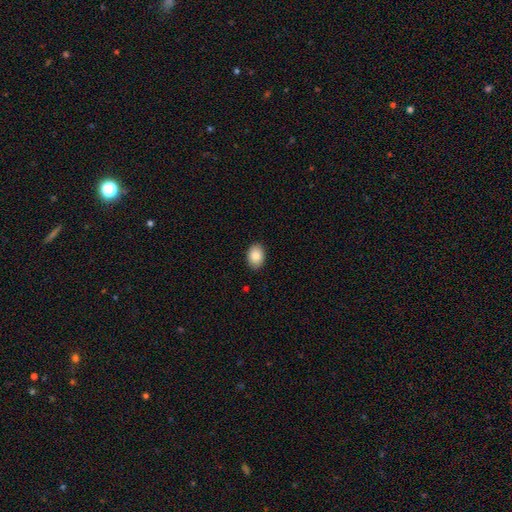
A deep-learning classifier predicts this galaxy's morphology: Smooth or featured: smooth — 87% (star or artifact — 7%)
How rounded: in between — 78% (round — 21%)
Merging: none — 88% (minor disturbance — 9%)